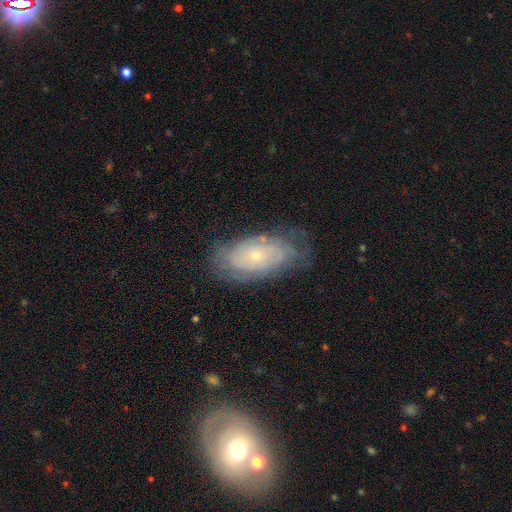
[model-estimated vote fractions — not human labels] A featured or disk galaxy (59%) with no bar (85%), spiral arms (73%) and a small central bulge (75%). Merging: none (70%).